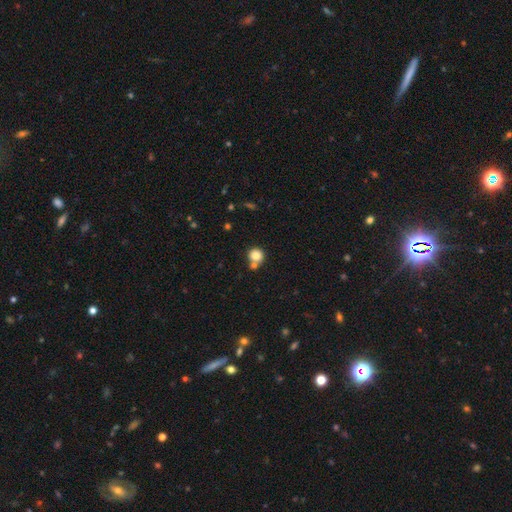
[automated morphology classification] type=smooth (83%); roundness=round (89%); merging=none (57%).